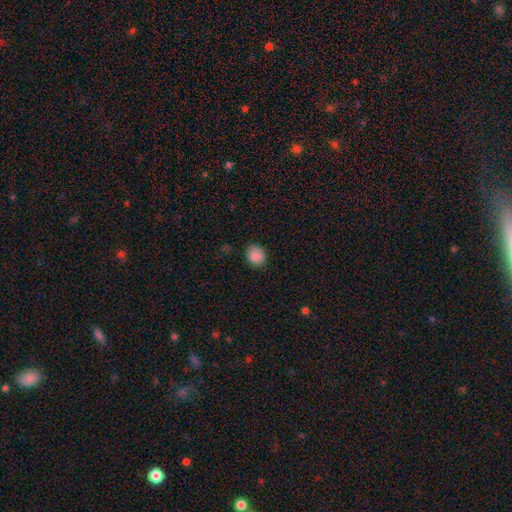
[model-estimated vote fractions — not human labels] smooth 87%, star or artifact 9%, featured or disk 3%. Down the decision tree: how rounded — round (64%); merging — none (77%).